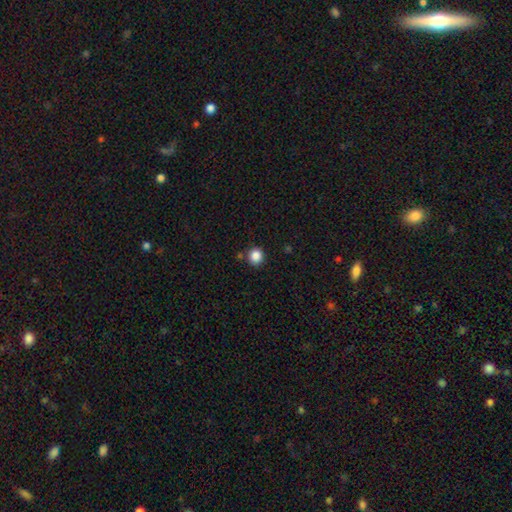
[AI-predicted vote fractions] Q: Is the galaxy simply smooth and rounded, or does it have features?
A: smooth — 86%.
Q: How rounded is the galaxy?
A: round — 91%.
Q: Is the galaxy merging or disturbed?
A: none — 86%.